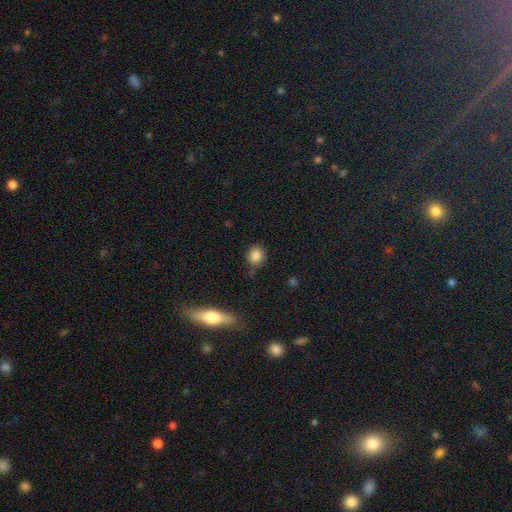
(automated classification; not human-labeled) Morphology: type=smooth (84%); roundness=round (77%); merging=none (75%).